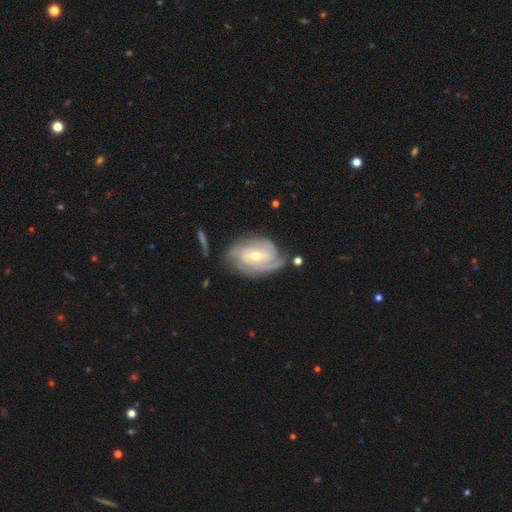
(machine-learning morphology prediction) type=featured or disk (83%); edge-on=no (96%); bar=no (52%); spiral arms=yes (93%); winding=tight (66%); arm count=can't tell (31%); bulge=moderate (54%); merging=none (61%).